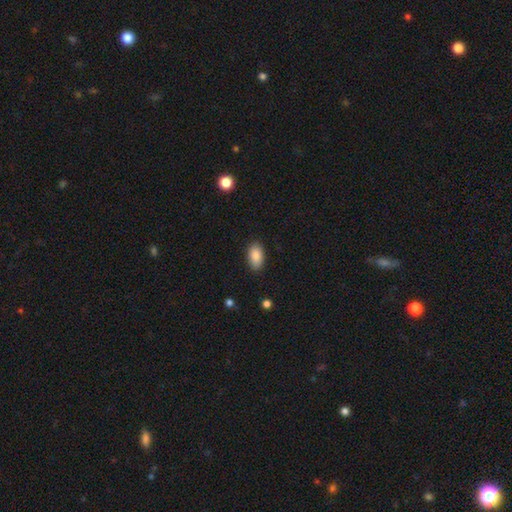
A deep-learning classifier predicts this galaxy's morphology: Smooth or featured? smooth (87%)
How rounded? in between (93%)
Merging? none (87%)